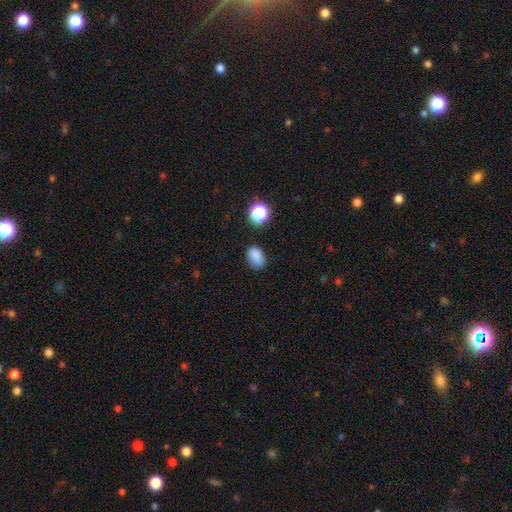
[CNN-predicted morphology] smooth-or-featured: smooth: 83% | star or artifact: 13% | featured or disk: 5%
  how-rounded: in between: 80% | round: 18% | cigar-shaped: 1%
  merging: none: 76% | minor disturbance: 17% | major disturbance: 4% | merger: 3%